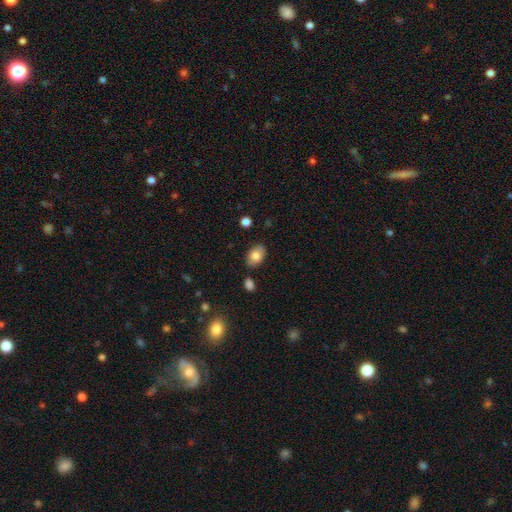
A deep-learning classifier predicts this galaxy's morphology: type=smooth (81%); roundness=in between (88%); merging=none (82%).